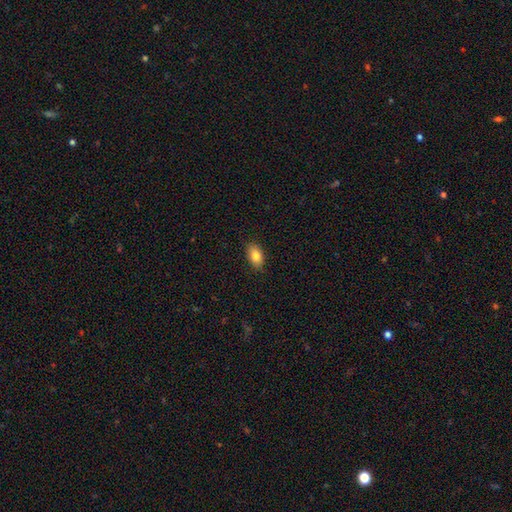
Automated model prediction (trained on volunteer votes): smooth_or_featured: smooth (p=0.83) [alt: featured or disk p=0.09]
how_rounded: in between (p=0.90) [alt: round p=0.08]
merging: none (p=0.87) [alt: minor disturbance p=0.10]